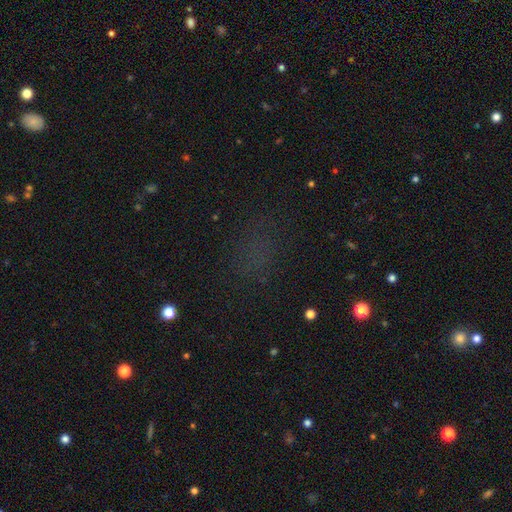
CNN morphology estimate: smooth-or-featured: star or artifact: 48% | smooth: 41% | featured or disk: 12%